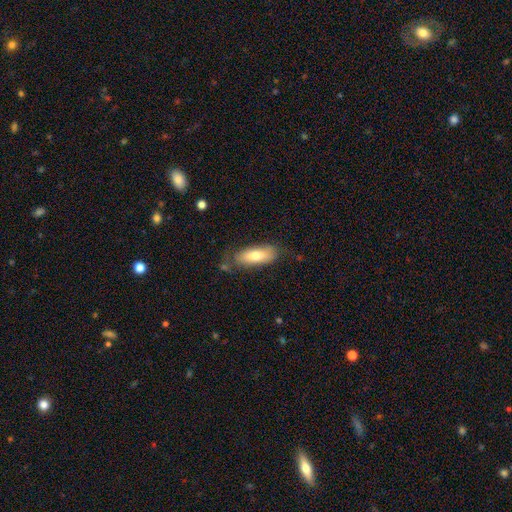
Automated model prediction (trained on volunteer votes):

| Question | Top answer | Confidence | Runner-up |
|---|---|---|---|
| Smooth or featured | smooth | 71% | featured or disk (22%) |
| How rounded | in between | 71% | cigar-shaped (27%) |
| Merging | none | 69% | minor disturbance (22%) |